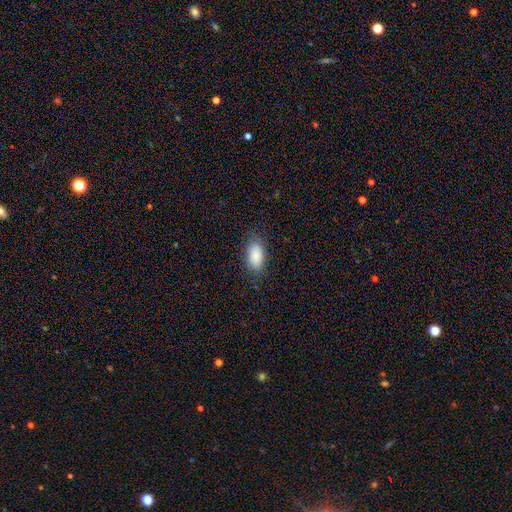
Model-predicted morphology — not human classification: This appears to be a smooth galaxy with no disk features (87%) that is in between round and cigar-shaped (92%). Merging: none (81%).